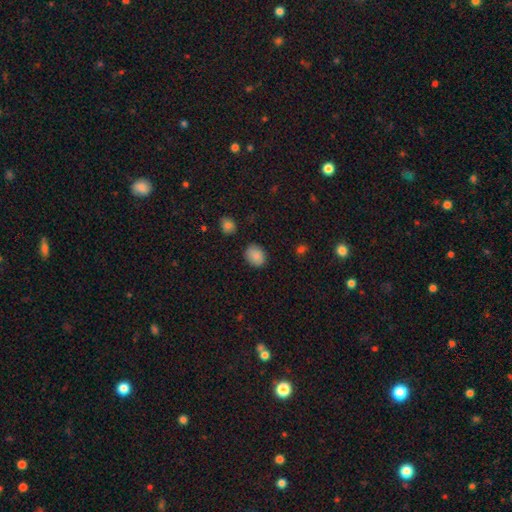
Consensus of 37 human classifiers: smooth-or-featured: smooth: 95% | star or artifact: 5% | featured or disk: 0%
  how-rounded: in between: 69% | round: 31% | cigar-shaped: 0%
  merging: none: 77% | minor disturbance: 17% | major disturbance: 3% | merger: 3%